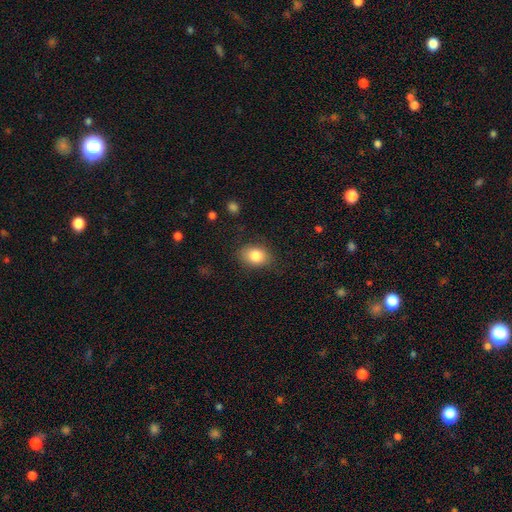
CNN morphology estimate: smooth 83%, star or artifact 9%, featured or disk 8%. Down the decision tree: how rounded — in between (72%); merging — none (81%).